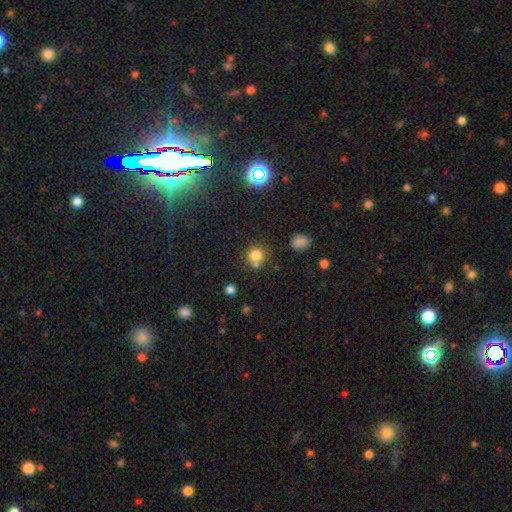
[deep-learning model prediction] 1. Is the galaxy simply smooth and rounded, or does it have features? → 78% smooth, 14% star or artifact, 8% featured or disk.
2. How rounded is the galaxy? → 89% round, 10% in between, 1% cigar-shaped.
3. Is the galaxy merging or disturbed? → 62% none, 24% merger, 11% minor disturbance, 4% major disturbance.